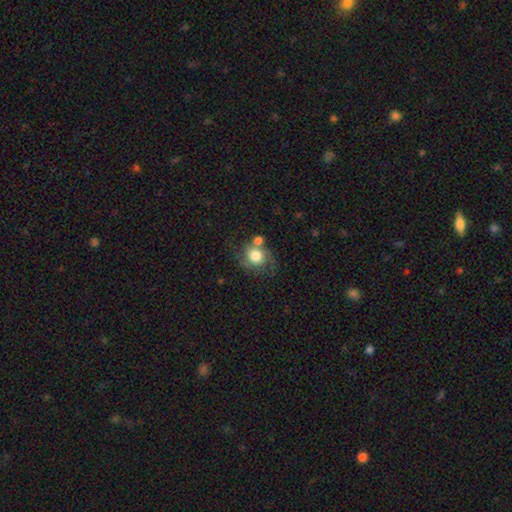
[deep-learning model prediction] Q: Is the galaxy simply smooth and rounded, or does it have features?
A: smooth — 66%.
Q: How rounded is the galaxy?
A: round — 70%.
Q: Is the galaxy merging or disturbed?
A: none — 47%.